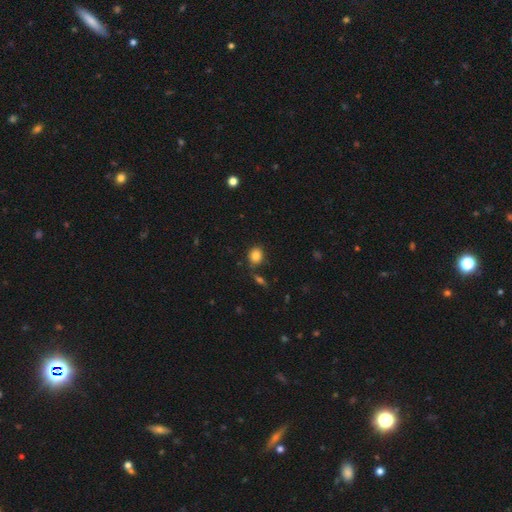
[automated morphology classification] type=smooth (84%); roundness=round (67%); merging=none (77%).